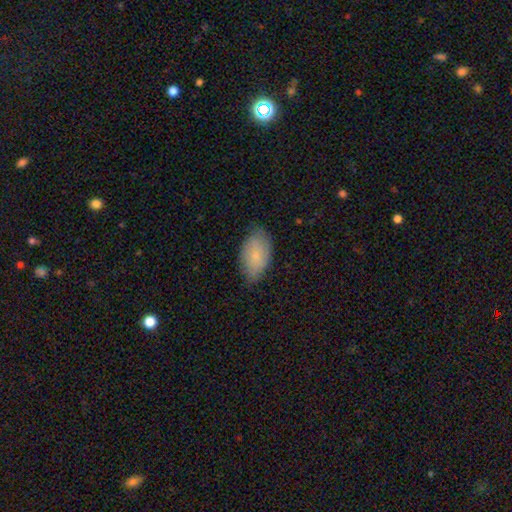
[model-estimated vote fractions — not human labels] smooth-or-featured: smooth: 76% | featured or disk: 18% | star or artifact: 6%
  how-rounded: in between: 93% | round: 5% | cigar-shaped: 2%
  merging: none: 73% | minor disturbance: 22% | major disturbance: 4% | merger: 1%